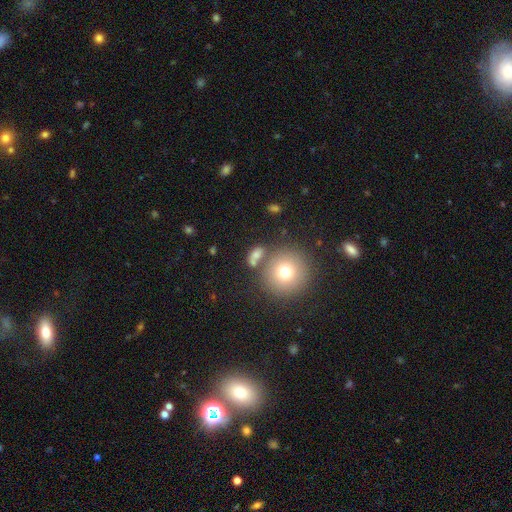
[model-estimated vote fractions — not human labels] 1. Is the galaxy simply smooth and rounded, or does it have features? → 73% smooth, 15% star or artifact, 13% featured or disk.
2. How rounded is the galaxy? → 47% round (tied), 47% in between (tied), 5% cigar-shaped.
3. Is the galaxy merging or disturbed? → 57% none, 23% merger, 13% minor disturbance, 7% major disturbance.